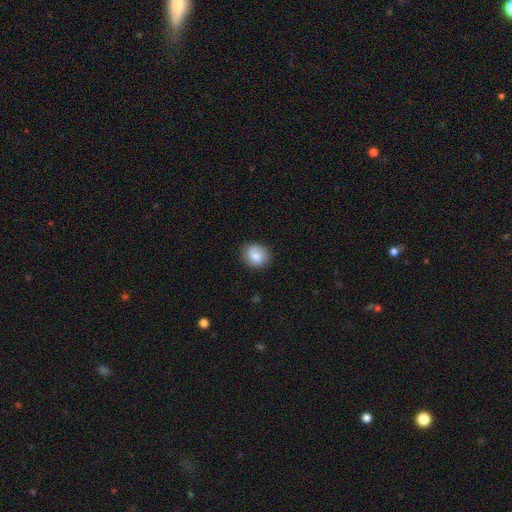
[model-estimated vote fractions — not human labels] Smooth or featured? Predicted: smooth (p=0.83). How rounded? Predicted: round (p=0.68). Merging? Predicted: none (p=0.80).